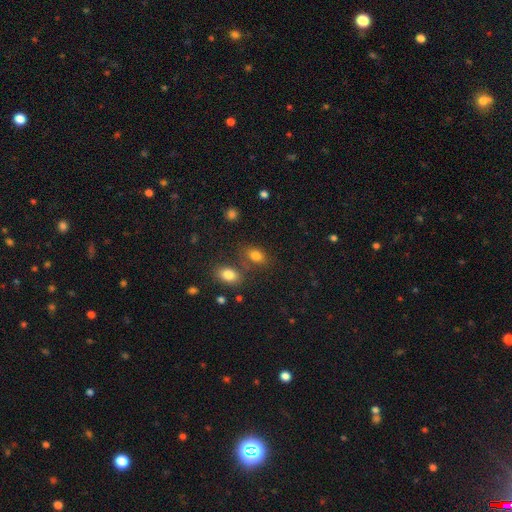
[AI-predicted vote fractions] Smooth or featured: smooth — 81% (star or artifact — 11%)
How rounded: in between — 81% (round — 17%)
Merging: none — 62% (merger — 18%)